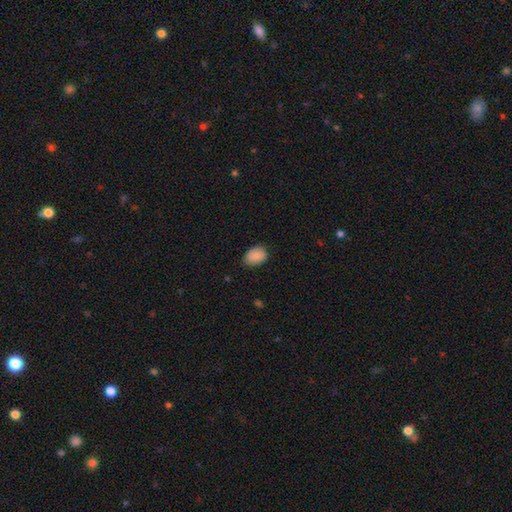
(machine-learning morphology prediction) smooth 85%, featured or disk 8%, star or artifact 7%. Down the decision tree: how rounded — in between (79%); merging — none (77%).